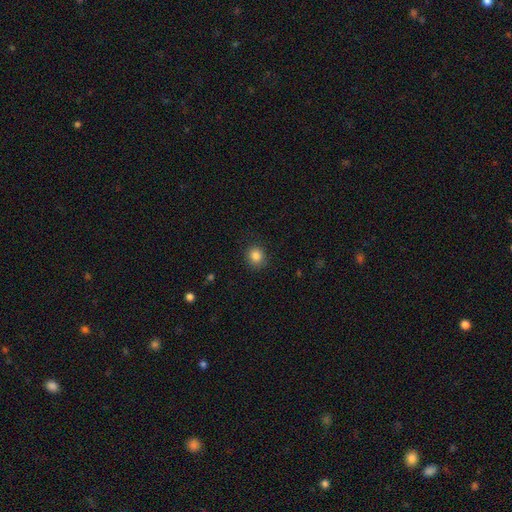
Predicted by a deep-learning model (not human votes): smooth-or-featured: smooth: 85% | star or artifact: 10% | featured or disk: 4%
  how-rounded: round: 85% | in between: 14% | cigar-shaped: 1%
  merging: none: 88% | minor disturbance: 8% | major disturbance: 3% | merger: 1%